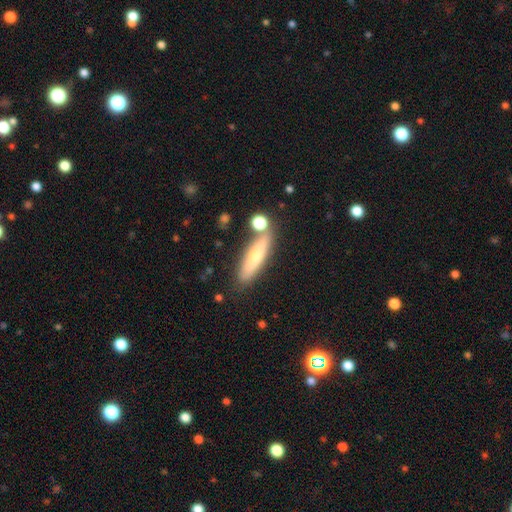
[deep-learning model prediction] Smooth or featured?
  - smooth: 58% *
  - featured or disk: 34%
  - star or artifact: 8%
How rounded?
  - cigar-shaped: 78% *
  - in between: 20%
  - round: 2%
Merging?
  - none: 76% *
  - minor disturbance: 12%
  - merger: 9%
  - major disturbance: 3%